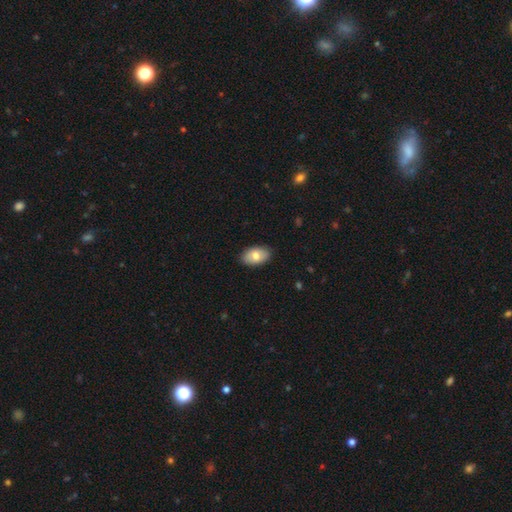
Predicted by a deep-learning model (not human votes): A smooth galaxy with no disk features (75%) that is in between round and cigar-shaped (93%).

Vote fractions:
- Smooth or featured? smooth: 75% / featured or disk: 19% / star or artifact: 6%
- How rounded? in between: 93% / round: 6% / cigar-shaped: 1%
- Merging? none: 88% / minor disturbance: 9% / major disturbance: 2% / merger: 1%